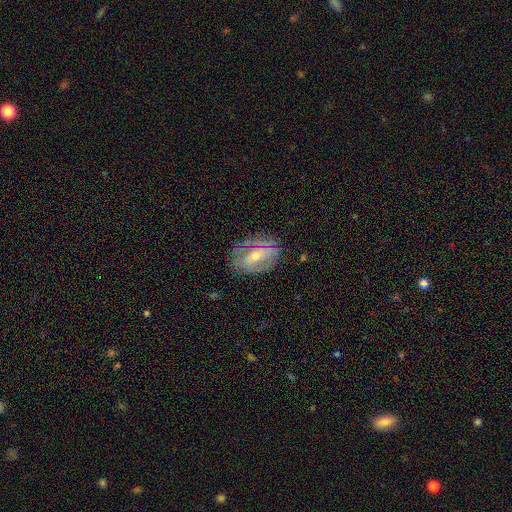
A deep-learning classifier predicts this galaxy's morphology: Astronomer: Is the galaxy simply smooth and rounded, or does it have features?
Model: featured or disk — 66%.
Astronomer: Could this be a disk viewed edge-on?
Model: no — 91%.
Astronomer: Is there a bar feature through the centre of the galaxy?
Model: weak — 35% (runner-up: strong, 34%).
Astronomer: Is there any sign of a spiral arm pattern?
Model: yes — 58% (runner-up: no, 42%).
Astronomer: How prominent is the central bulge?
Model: moderate — 57% (runner-up: small, 38%).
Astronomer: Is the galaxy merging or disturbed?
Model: none — 71%.